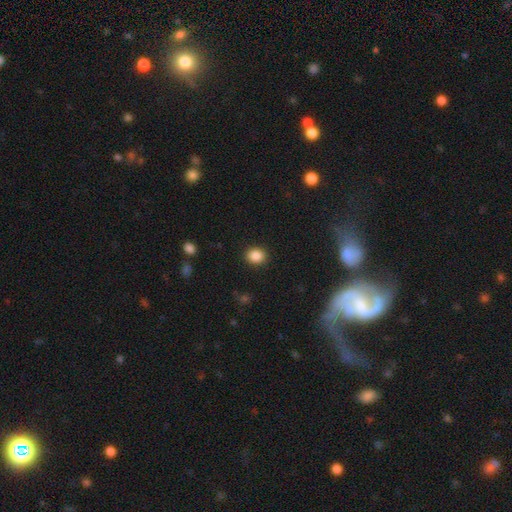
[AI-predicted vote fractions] smooth-or-featured: smooth: 87% | star or artifact: 9% | featured or disk: 3%
  how-rounded: round: 62% | in between: 37% | cigar-shaped: 1%
  merging: none: 90% | minor disturbance: 7% | major disturbance: 2% | merger: 1%